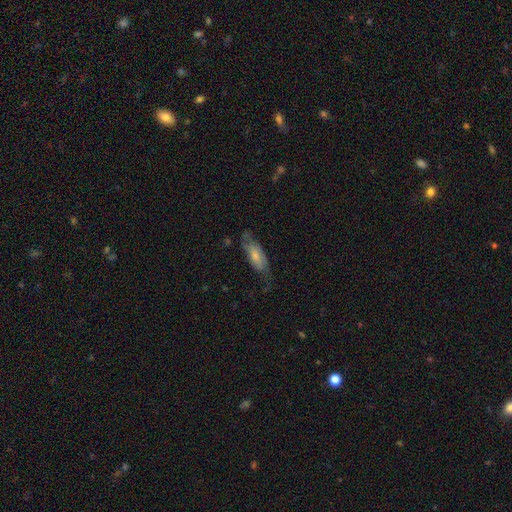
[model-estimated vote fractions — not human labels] smooth-or-featured: smooth: 49% | featured or disk: 45% | star or artifact: 7%
  merging: none: 53% | minor disturbance: 28% | major disturbance: 17% | merger: 2%